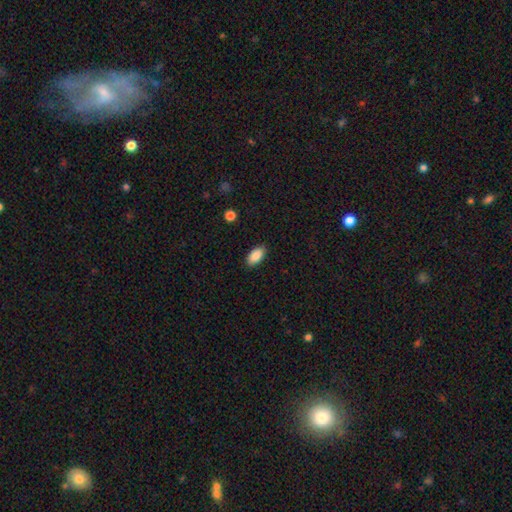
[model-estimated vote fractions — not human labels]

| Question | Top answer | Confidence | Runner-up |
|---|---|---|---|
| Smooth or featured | smooth | 89% | star or artifact (7%) |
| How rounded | in between | 94% | cigar-shaped (3%) |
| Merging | none | 88% | minor disturbance (8%) |